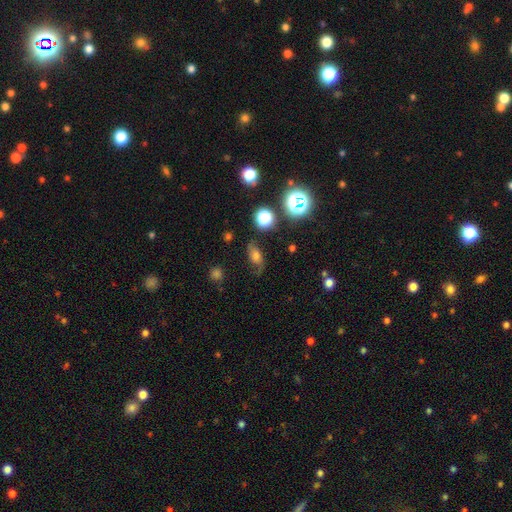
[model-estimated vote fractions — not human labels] The model was most divided on "smooth or featured": smooth: 47%, featured or disk: 33%, star or artifact: 19%. More confident: merging — none (59%).